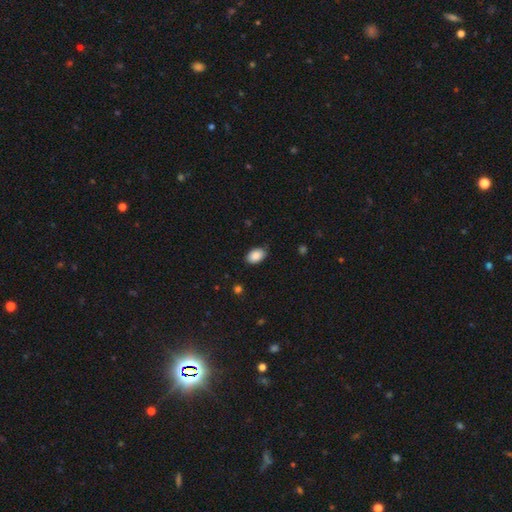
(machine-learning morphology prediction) type=smooth (88%); roundness=in between (89%); merging=none (82%).